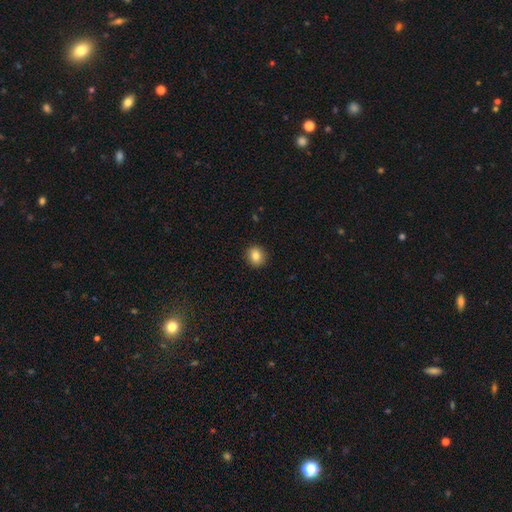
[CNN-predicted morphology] Smooth or featured? smooth (84%)
How rounded? round (85%)
Merging? none (92%)